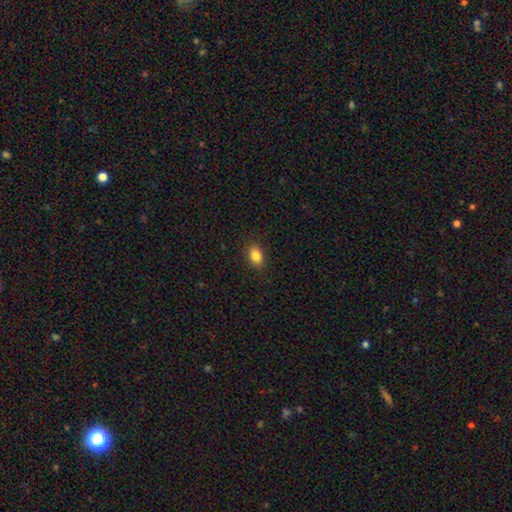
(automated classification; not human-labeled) A smooth galaxy with no disk features (86%) that is in between round and cigar-shaped (83%). Merging: none (88%).